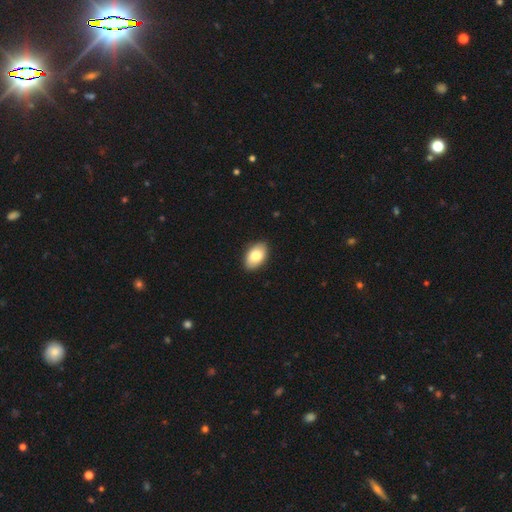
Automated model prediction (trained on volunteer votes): Overall: smooth (81%). How rounded: in between (93%). Merging: none (88%).